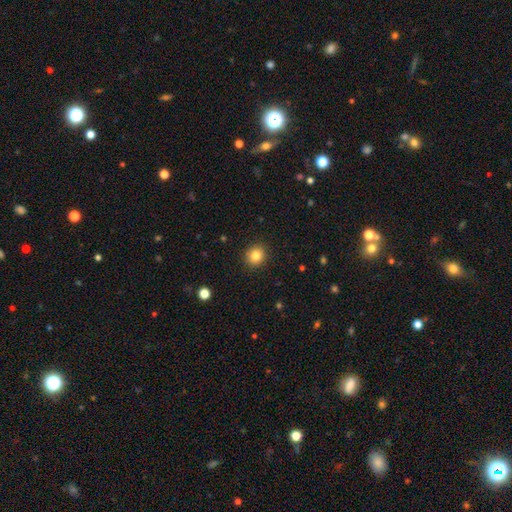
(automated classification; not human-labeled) smooth 83%, star or artifact 11%, featured or disk 6%. Down the decision tree: how rounded — round (84%); merging — none (91%).